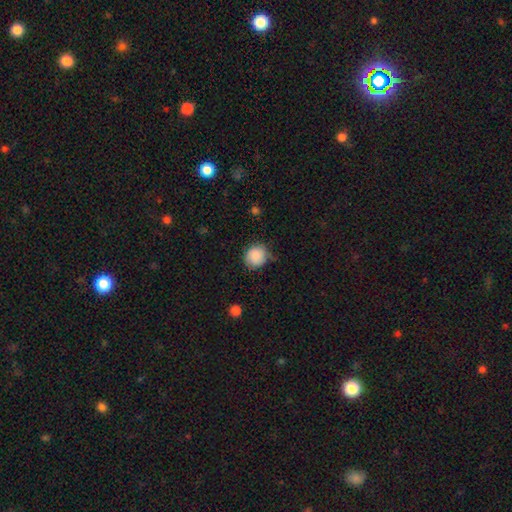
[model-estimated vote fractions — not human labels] Smooth or featured? smooth (88%)
How rounded? round (83%)
Merging? none (67%)